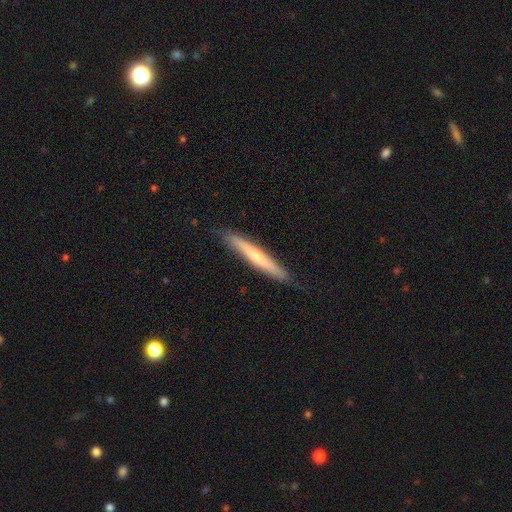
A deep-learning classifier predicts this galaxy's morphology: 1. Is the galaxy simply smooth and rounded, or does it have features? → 51% smooth, 43% featured or disk, 6% star or artifact.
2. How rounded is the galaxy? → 95% cigar-shaped, 3% in between, 1% round.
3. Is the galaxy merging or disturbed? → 85% none, 12% minor disturbance, 2% major disturbance, 1% merger.